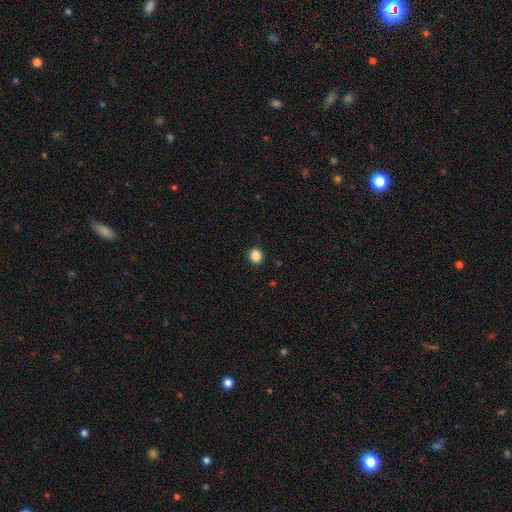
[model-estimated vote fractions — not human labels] This appears to be a smooth galaxy with no disk features (86%) that is round (89%). Merging: none (92%).